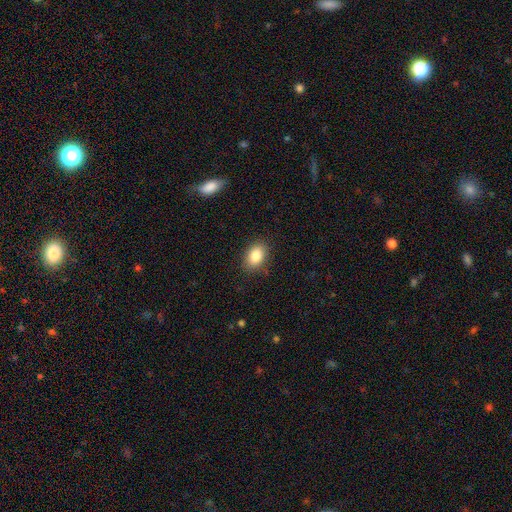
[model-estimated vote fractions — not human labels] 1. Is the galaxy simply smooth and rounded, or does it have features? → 85% smooth, 8% star or artifact, 7% featured or disk.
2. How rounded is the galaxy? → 83% in between, 16% round, 1% cigar-shaped.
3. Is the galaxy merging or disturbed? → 86% none, 10% minor disturbance, 3% major disturbance, 1% merger.